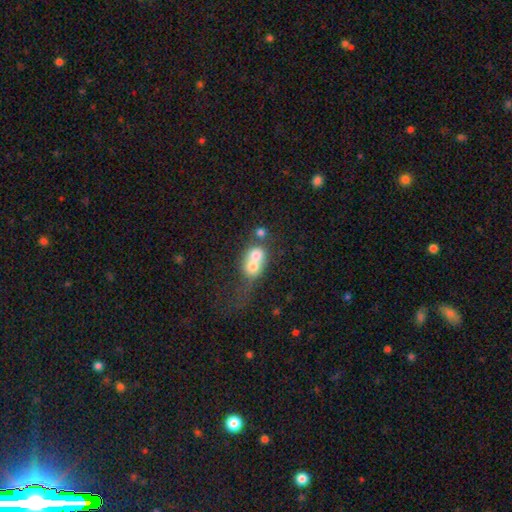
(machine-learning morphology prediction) A smooth galaxy with no disk features (66%) that is round (63%).

Vote fractions:
- Smooth or featured? smooth: 66% / featured or disk: 23% / star or artifact: 10%
- How rounded? round: 63% / in between: 36% / cigar-shaped: 2%
- Merging? merger: 74% / none: 16% / minor disturbance: 5% / major disturbance: 5%